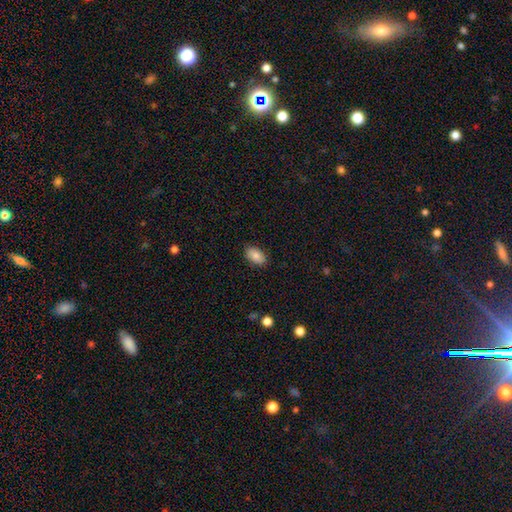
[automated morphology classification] This appears to be a smooth galaxy with no disk features (81%) that is in between round and cigar-shaped (92%). Merging: none (85%).